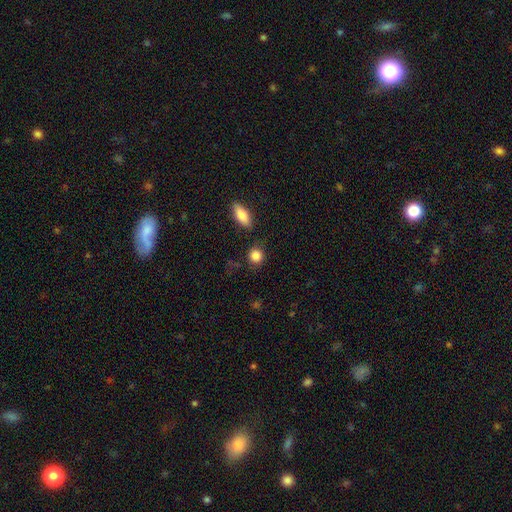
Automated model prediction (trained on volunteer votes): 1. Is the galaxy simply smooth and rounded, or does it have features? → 86% smooth, 9% star or artifact, 5% featured or disk.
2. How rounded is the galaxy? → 78% round, 20% in between, 2% cigar-shaped.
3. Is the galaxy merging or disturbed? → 78% none, 14% minor disturbance, 5% merger, 4% major disturbance.